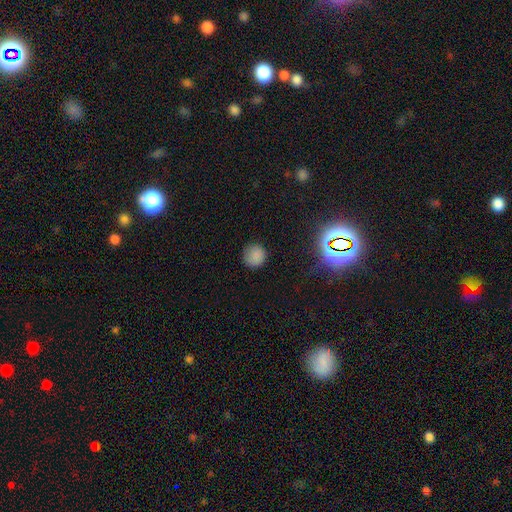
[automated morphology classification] Overall: smooth (81%). How rounded: round (92%). Merging: none (85%).